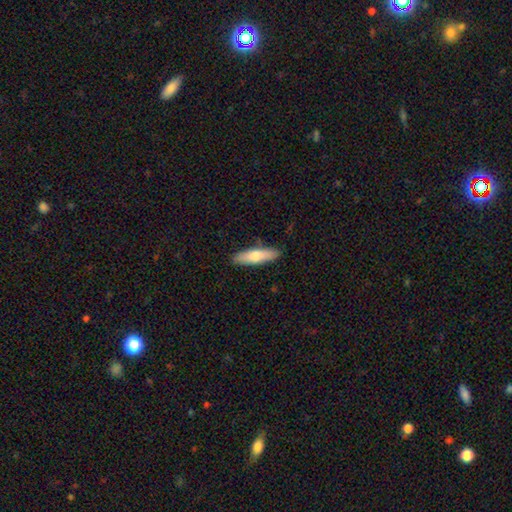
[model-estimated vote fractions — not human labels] Smooth or featured? Predicted: smooth (p=0.69). How rounded? Predicted: cigar-shaped (p=0.62). Merging? Predicted: none (p=0.88).